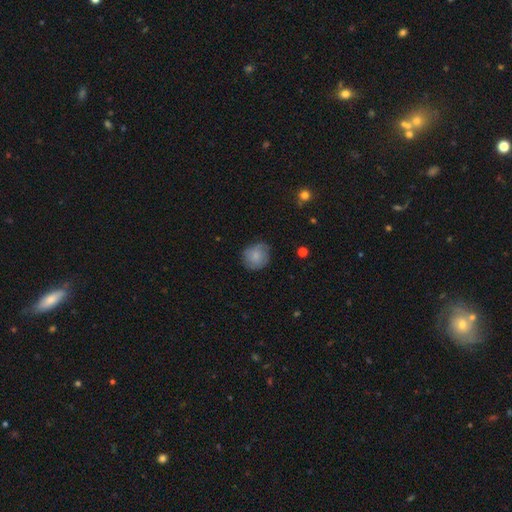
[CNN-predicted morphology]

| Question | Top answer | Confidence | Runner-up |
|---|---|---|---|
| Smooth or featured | smooth | 79% | featured or disk (13%) |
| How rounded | round | 83% | in between (16%) |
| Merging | none | 70% | minor disturbance (23%) |